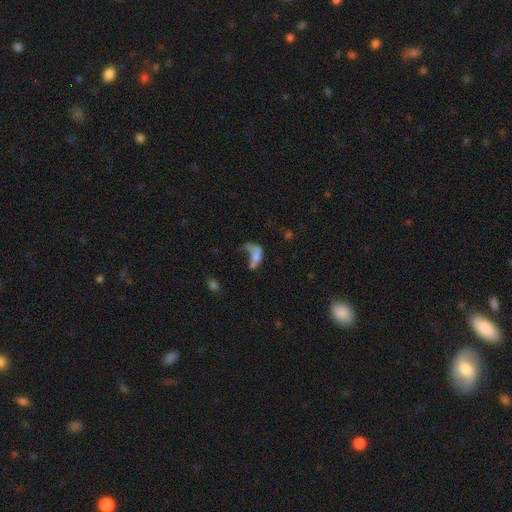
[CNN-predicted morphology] Overall: smooth (49%; featured or disk 38%). Merging: major disturbance (44%; merger 28%).